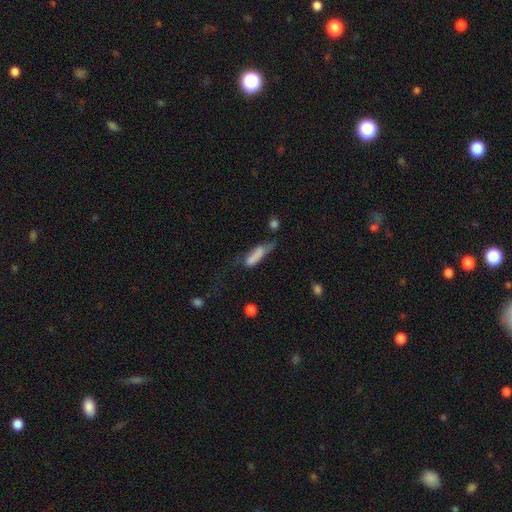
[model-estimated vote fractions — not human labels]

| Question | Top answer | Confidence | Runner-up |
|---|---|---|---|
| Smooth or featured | smooth | 72% | featured or disk (19%) |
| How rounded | cigar-shaped | 56% | in between (42%) |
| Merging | major disturbance | 35% | minor disturbance (31%) |